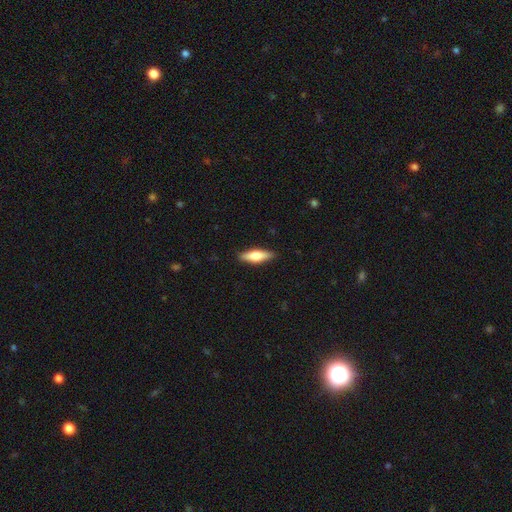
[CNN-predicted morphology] Smooth or featured? Predicted: smooth (p=0.60). How rounded? Predicted: cigar-shaped (p=0.54). Merging? Predicted: none (p=0.88).